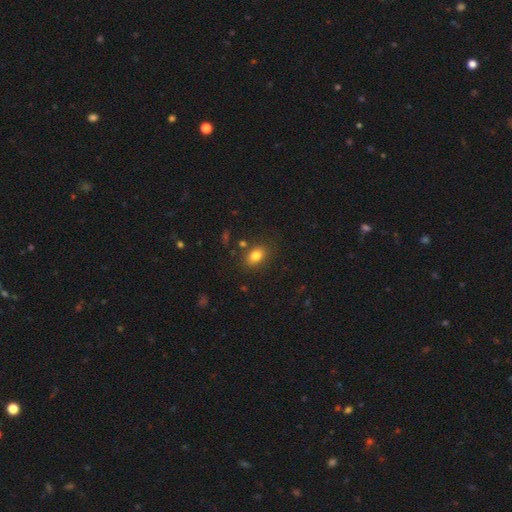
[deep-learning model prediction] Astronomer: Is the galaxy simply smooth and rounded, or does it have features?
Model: smooth — 81%.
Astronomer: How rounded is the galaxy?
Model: in between — 75%.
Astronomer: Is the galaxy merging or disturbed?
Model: none — 81%.